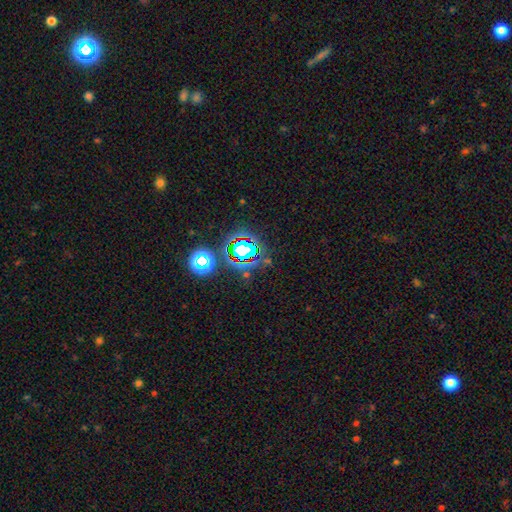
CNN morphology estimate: type=star or artifact (79%).